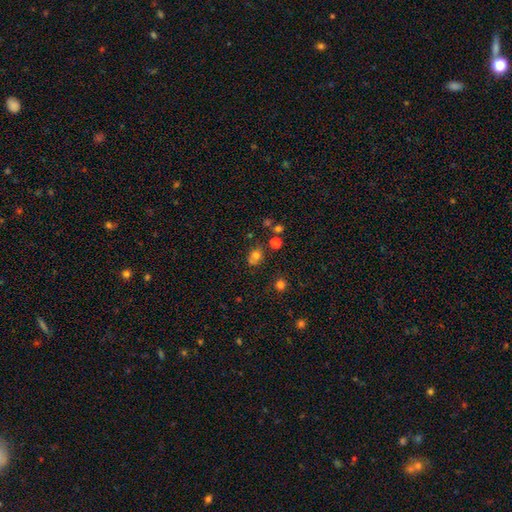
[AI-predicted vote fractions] Smooth or featured? Predicted: smooth (p=0.72). How rounded? Predicted: round (p=0.56). Merging? Predicted: none (p=0.64).